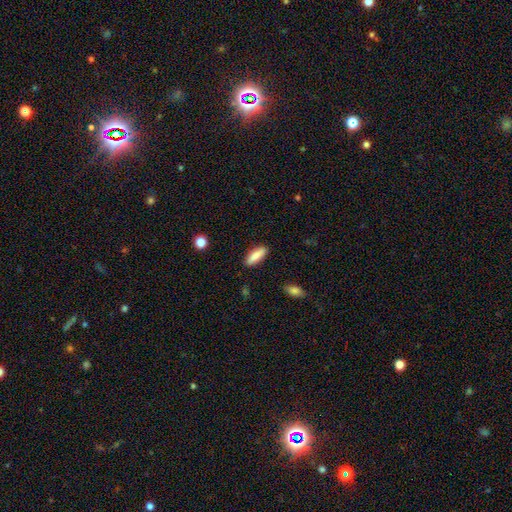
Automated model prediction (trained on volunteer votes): Smooth or featured? smooth (83%)
How rounded? in between (57%)
Merging? none (88%)